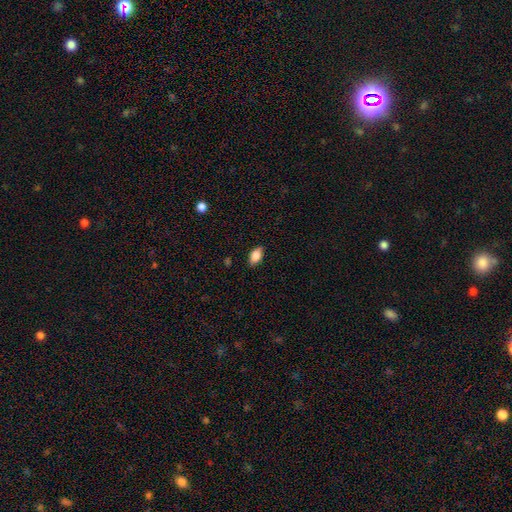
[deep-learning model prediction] A smooth galaxy with no disk features (84%) that is in between round and cigar-shaped (91%).

Vote fractions:
- Smooth or featured? smooth: 84% / featured or disk: 8% / star or artifact: 8%
- How rounded? in between: 91% / round: 6% / cigar-shaped: 4%
- Merging? none: 87% / minor disturbance: 10% / major disturbance: 2% / merger: 1%